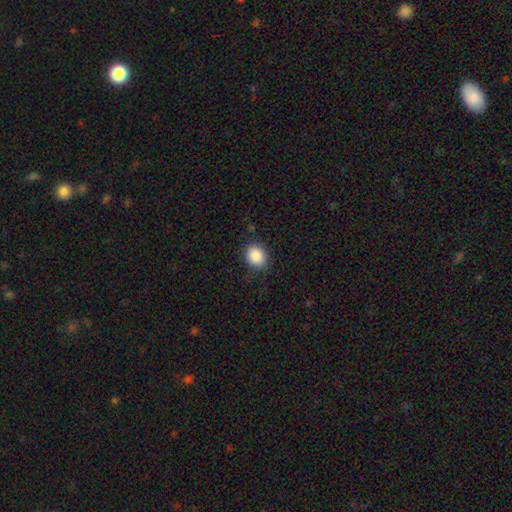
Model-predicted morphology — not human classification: This appears to be a smooth galaxy with no disk features (88%) that is round (55%). Merging: none (85%).